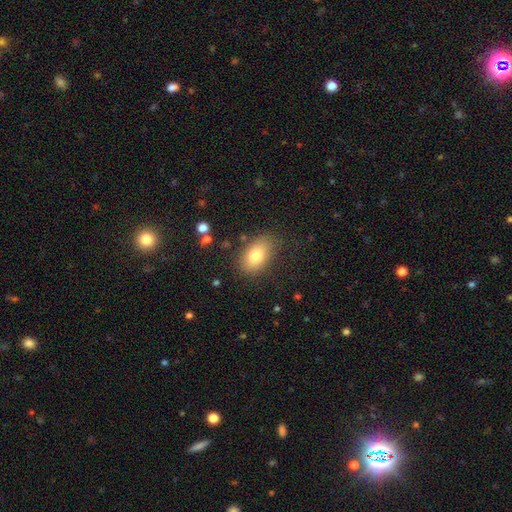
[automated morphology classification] This appears to be a smooth galaxy with no disk features (80%) that is in between round and cigar-shaped (90%). Merging: none (77%).